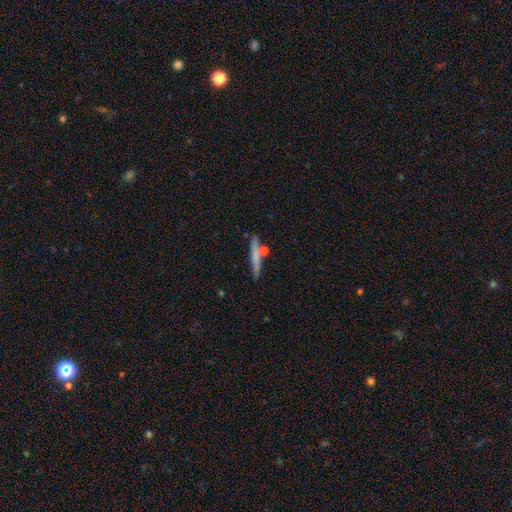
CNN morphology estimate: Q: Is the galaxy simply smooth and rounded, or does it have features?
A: smooth — 62%.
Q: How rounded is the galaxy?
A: cigar-shaped — 92%.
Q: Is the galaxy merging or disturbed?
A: none — 75%.